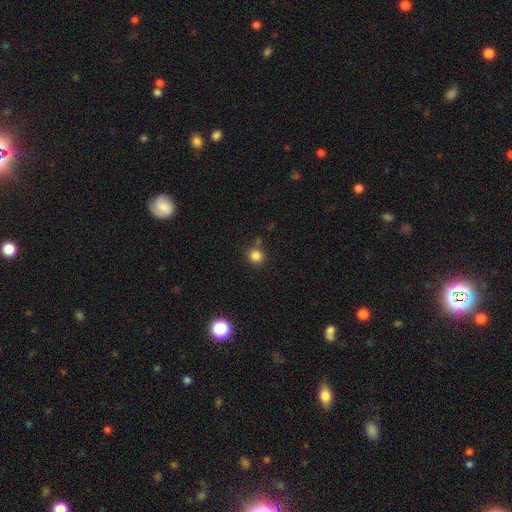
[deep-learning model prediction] Overall: smooth (84%). How rounded: round (92%). Merging: none (79%).